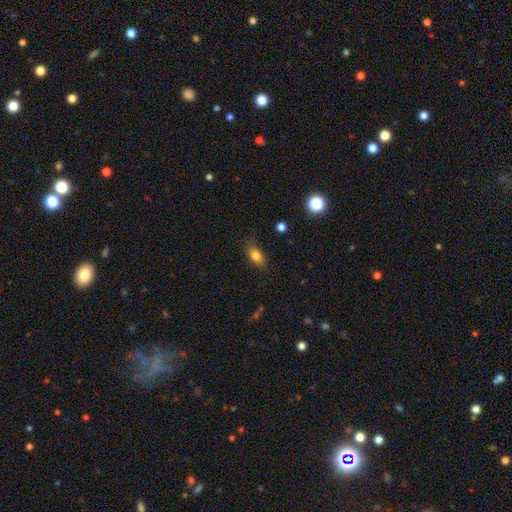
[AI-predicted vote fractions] Overall: smooth (80%). How rounded: in between (81%). Merging: none (79%).